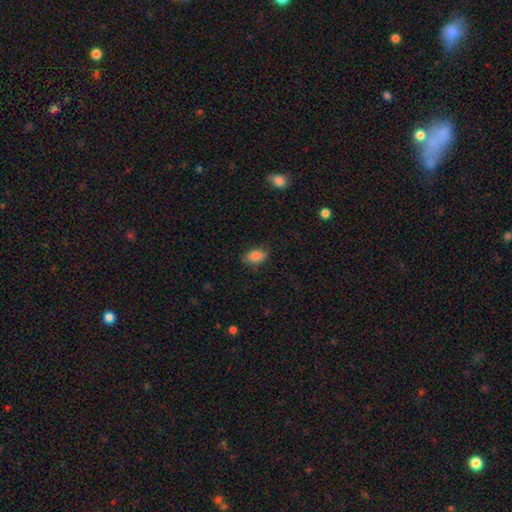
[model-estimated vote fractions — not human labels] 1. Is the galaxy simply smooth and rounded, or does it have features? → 85% smooth, 8% star or artifact, 6% featured or disk.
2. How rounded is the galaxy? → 89% in between, 8% round, 3% cigar-shaped.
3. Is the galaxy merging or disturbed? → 80% none, 15% minor disturbance, 3% major disturbance, 1% merger.